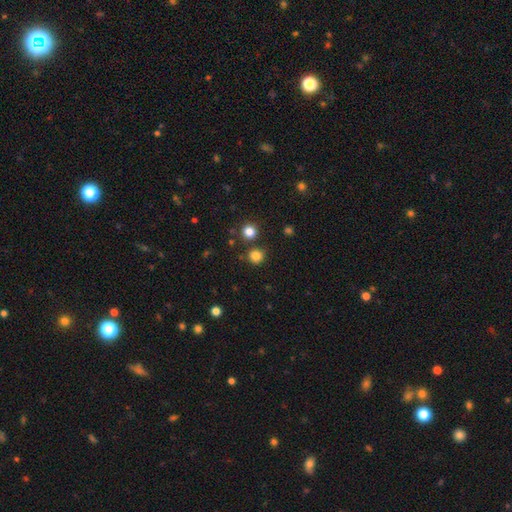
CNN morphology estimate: Overall: smooth (82%). How rounded: round (92%). Merging: none (84%).